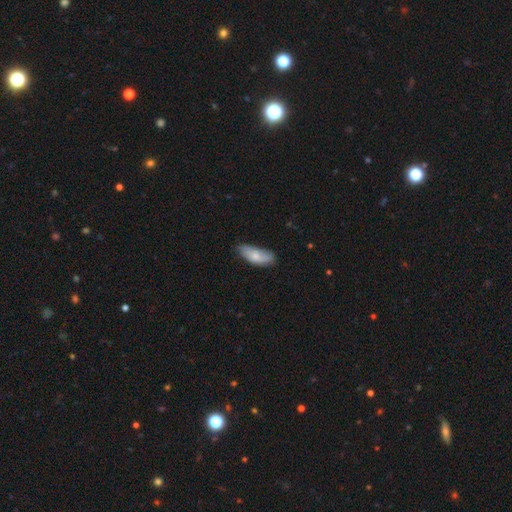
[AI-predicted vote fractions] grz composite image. It shows a smooth galaxy with no disk features (75%) that is in between round and cigar-shaped (79%). Merging: none (57%).